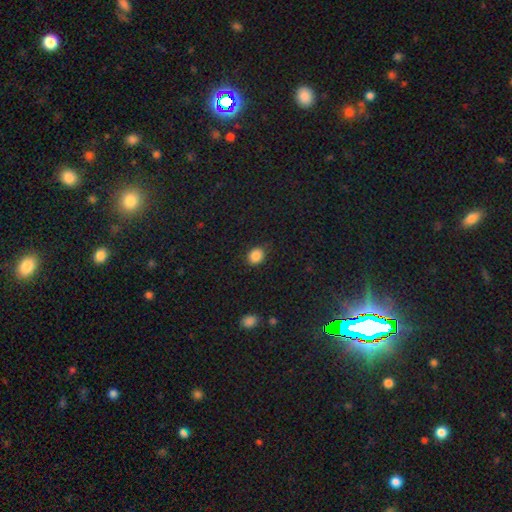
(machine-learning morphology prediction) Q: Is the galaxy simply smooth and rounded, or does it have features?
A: smooth — 86%.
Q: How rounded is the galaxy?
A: round — 52%.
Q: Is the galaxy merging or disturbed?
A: none — 84%.